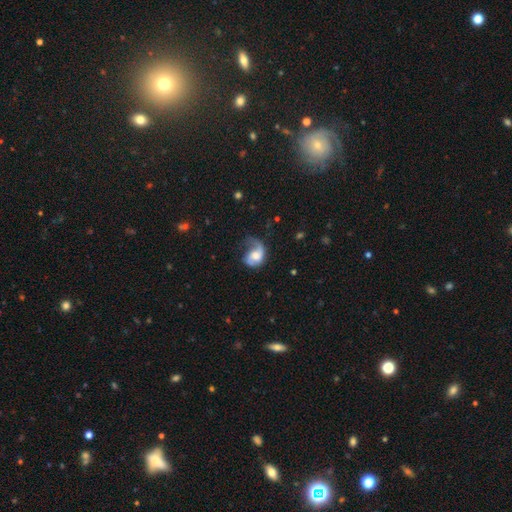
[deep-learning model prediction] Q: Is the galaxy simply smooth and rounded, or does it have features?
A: featured or disk — 65%.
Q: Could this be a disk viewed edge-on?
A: no — 97%.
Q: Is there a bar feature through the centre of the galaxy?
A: no — 63%.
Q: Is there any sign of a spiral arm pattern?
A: yes — 89%.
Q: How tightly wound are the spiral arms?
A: loose — 54%.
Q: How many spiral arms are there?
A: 1 — 53%.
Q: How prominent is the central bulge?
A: moderate — 48%.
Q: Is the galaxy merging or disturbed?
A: major disturbance — 38%.